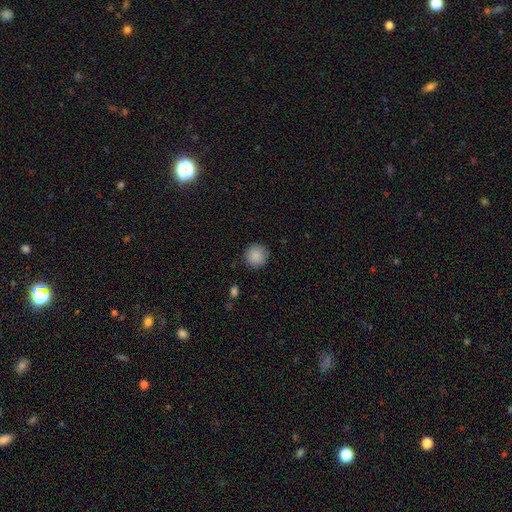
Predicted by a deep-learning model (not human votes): Smooth or featured? smooth (89%)
How rounded? round (95%)
Merging? none (90%)